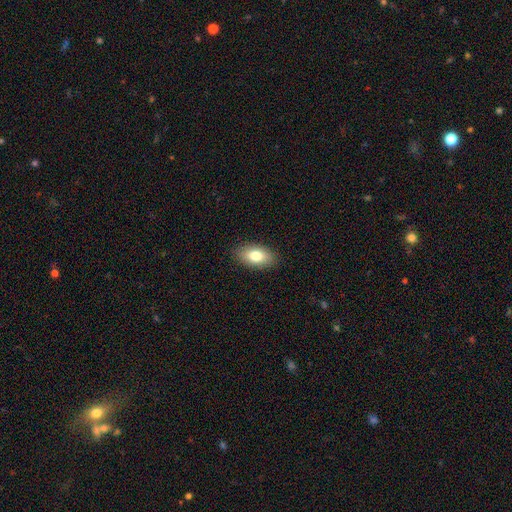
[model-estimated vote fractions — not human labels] This appears to be a smooth galaxy with no disk features (79%) that is in between round and cigar-shaped (91%). Merging: none (88%).